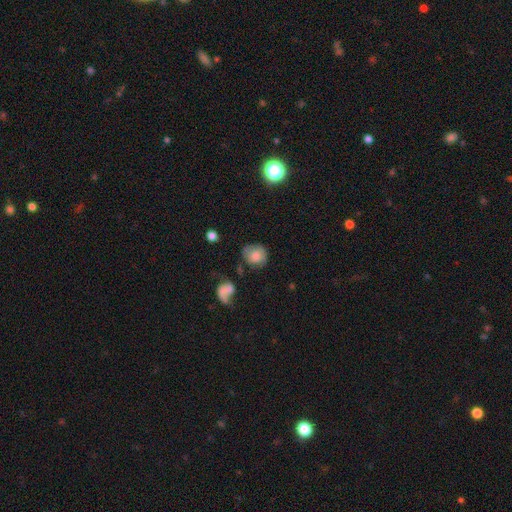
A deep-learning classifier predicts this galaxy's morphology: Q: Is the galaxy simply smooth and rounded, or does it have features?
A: smooth — 64%.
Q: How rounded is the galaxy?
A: round — 73%.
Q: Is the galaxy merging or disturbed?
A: none — 60%.